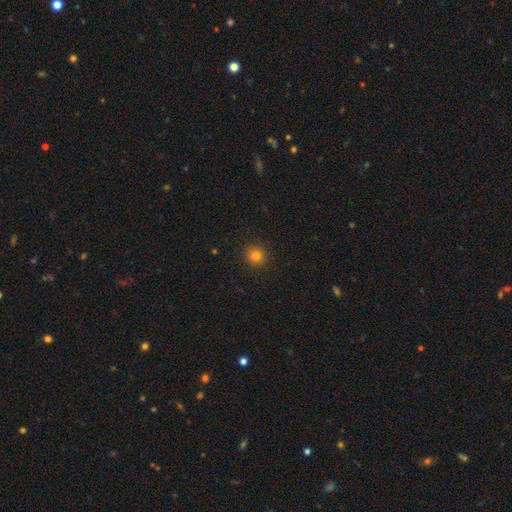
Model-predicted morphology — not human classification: Smooth or featured? smooth (80%)
How rounded? round (92%)
Merging? none (92%)